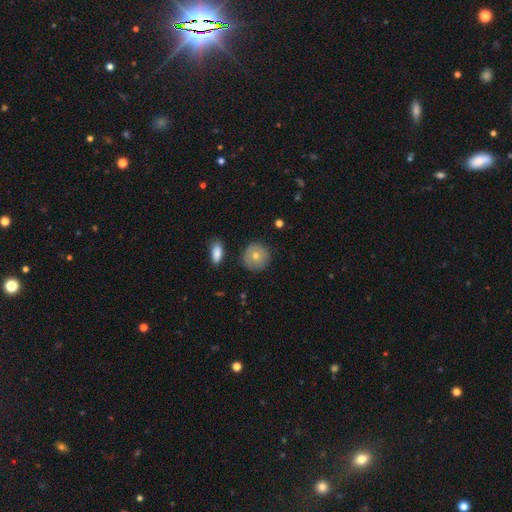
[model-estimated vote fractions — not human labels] A smooth galaxy with no disk features (63%) that is round (93%). Merging: none (86%).